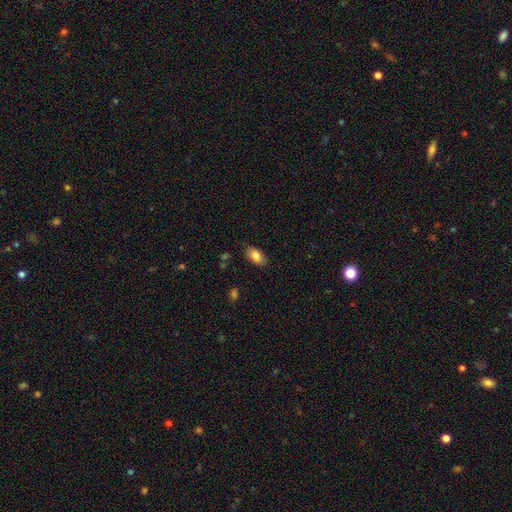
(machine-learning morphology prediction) A smooth galaxy with no disk features (85%) that is in between round and cigar-shaped (92%).

Vote fractions:
- Smooth or featured? smooth: 85% / featured or disk: 8% / star or artifact: 7%
- How rounded? in between: 92% / round: 4% / cigar-shaped: 4%
- Merging? none: 83% / minor disturbance: 13% / major disturbance: 3% / merger: 1%